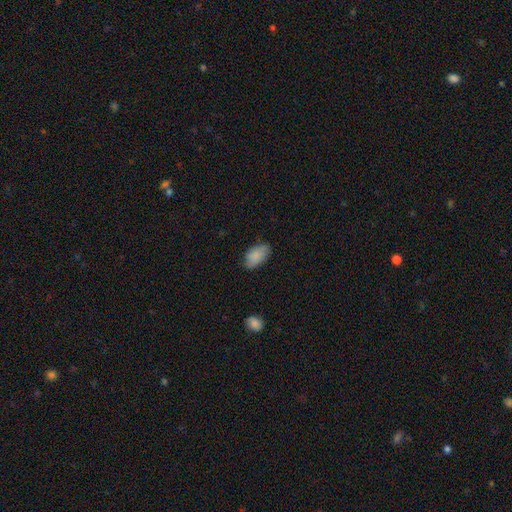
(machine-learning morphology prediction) The model was most divided on "merging": none: 75%, minor disturbance: 20%, major disturbance: 4%, merger: 1%. More confident: how rounded — in between (93%); smooth or featured — smooth (86%).